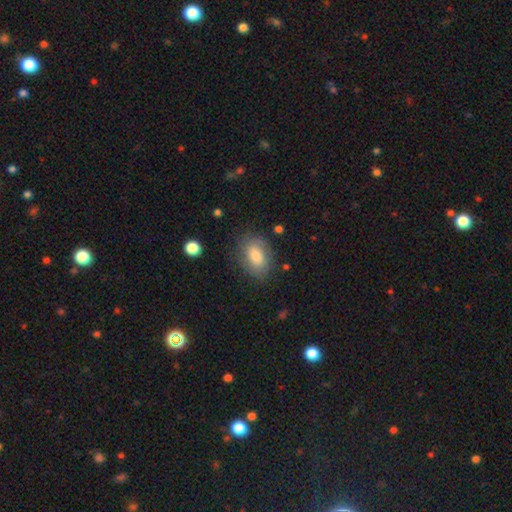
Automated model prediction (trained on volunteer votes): Smooth or featured: smooth — 76% (featured or disk — 17%)
How rounded: in between — 86% (round — 12%)
Merging: none — 78% (minor disturbance — 16%)